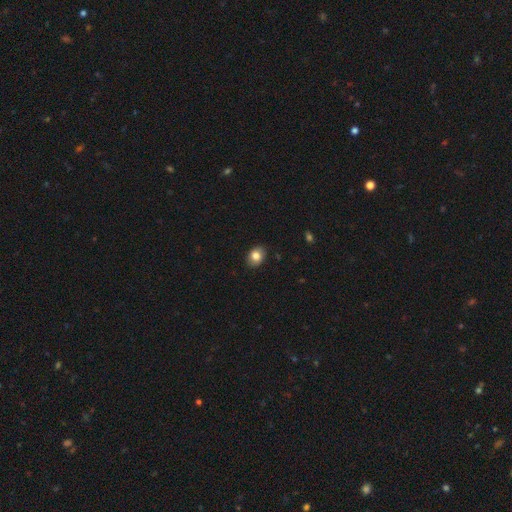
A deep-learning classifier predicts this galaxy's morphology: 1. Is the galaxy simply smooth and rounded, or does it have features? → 83% smooth, 9% featured or disk, 9% star or artifact.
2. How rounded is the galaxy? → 64% in between, 35% round, 1% cigar-shaped.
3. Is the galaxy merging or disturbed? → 87% none, 10% minor disturbance, 2% major disturbance, 1% merger.